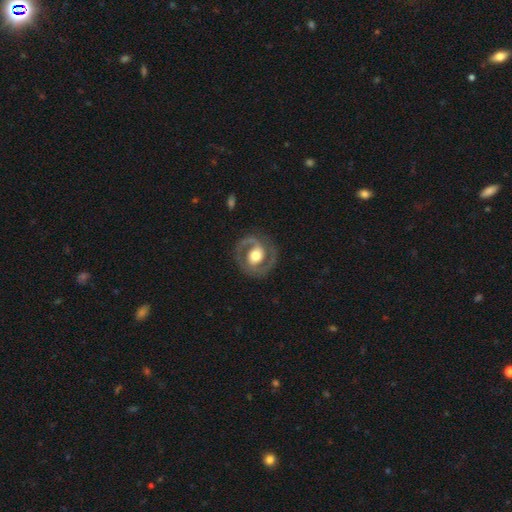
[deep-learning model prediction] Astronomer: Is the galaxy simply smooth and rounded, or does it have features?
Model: featured or disk — 83%.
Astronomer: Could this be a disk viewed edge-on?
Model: no — 98%.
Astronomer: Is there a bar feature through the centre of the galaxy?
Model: no — 49% (runner-up: weak, 34%).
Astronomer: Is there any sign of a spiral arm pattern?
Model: yes — 88%.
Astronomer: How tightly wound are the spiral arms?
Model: medium — 50% (runner-up: tight, 36%).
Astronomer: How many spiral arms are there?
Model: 2 — 87%.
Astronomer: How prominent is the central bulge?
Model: moderate — 58% (runner-up: large, 33%).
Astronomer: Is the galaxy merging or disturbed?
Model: none — 82%.